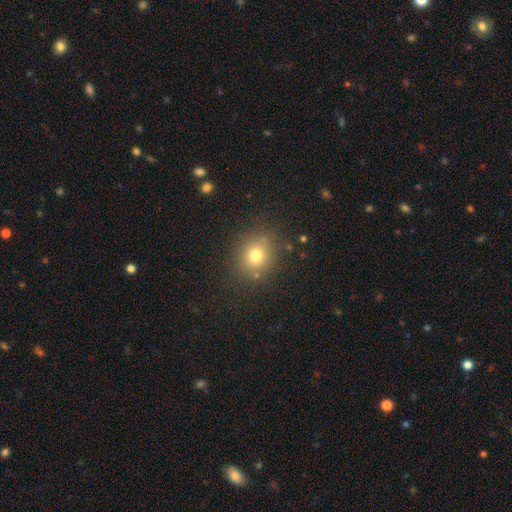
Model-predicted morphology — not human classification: A smooth galaxy with no disk features (76%) that is round (72%). Merging: none (83%).